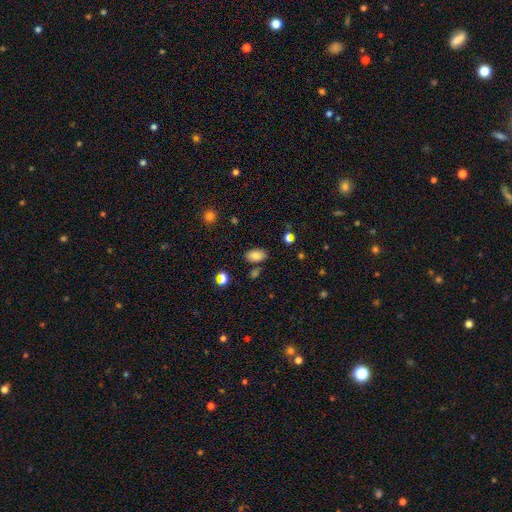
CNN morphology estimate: Smooth or featured: smooth — 83% (star or artifact — 10%)
How rounded: in between — 93% (round — 6%)
Merging: none — 79% (minor disturbance — 12%)